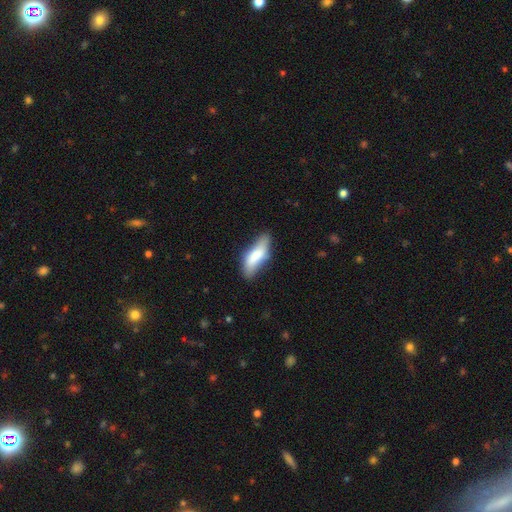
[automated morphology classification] smooth_or_featured: smooth (p=0.73) [alt: featured or disk p=0.21]
how_rounded: in between (p=0.59) [alt: cigar-shaped p=0.39]
merging: none (p=0.64) [alt: minor disturbance p=0.27]